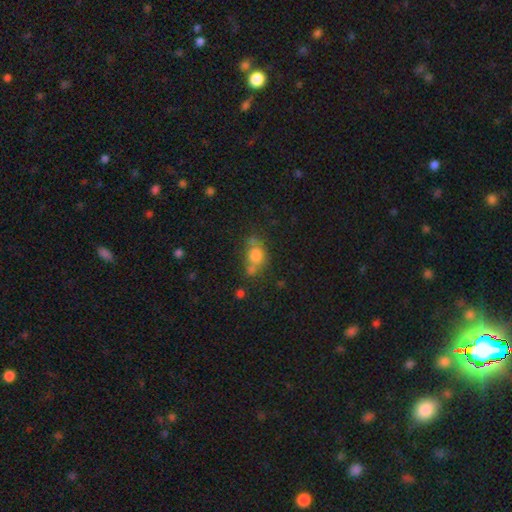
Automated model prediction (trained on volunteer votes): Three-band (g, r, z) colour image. It shows a smooth galaxy with no disk features (73%) that is round (50%). Merging: none (44%).